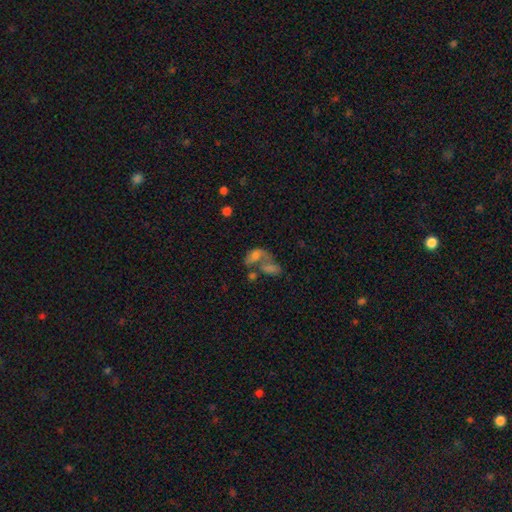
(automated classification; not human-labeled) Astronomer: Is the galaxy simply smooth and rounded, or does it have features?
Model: smooth — 53% (runner-up: featured or disk, 32%).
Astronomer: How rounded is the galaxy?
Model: in between — 83%.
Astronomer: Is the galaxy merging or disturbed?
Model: merger — 60%.